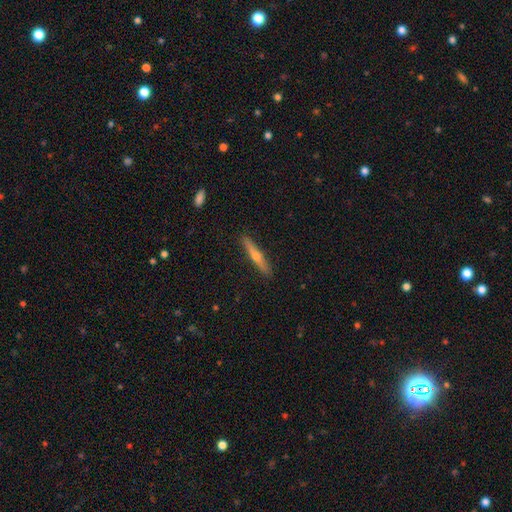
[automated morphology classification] smooth-or-featured: featured or disk: 61% | smooth: 33% | star or artifact: 6%
  disk-edge-on: yes: 96% | no: 4%
    edge-on-bulge: rounded: 87% | none: 11% | boxy: 2%
  merging: none: 91% | minor disturbance: 7% | major disturbance: 1% | merger: 1%